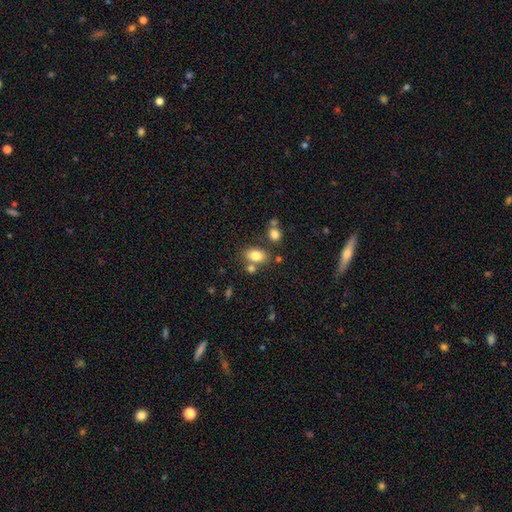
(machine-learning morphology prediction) smooth 81%, star or artifact 10%, featured or disk 9%. Down the decision tree: how rounded — in between (83%); merging — none (64%).